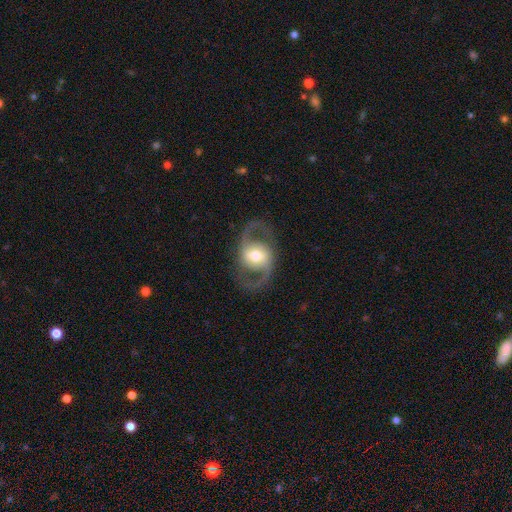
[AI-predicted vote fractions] Morphology: type=featured or disk (85%); edge-on=no (96%); bar=weak (38%); spiral arms=yes (90%); winding=medium (54%); arm count=2 (93%); bulge=moderate (64%); merging=none (81%).